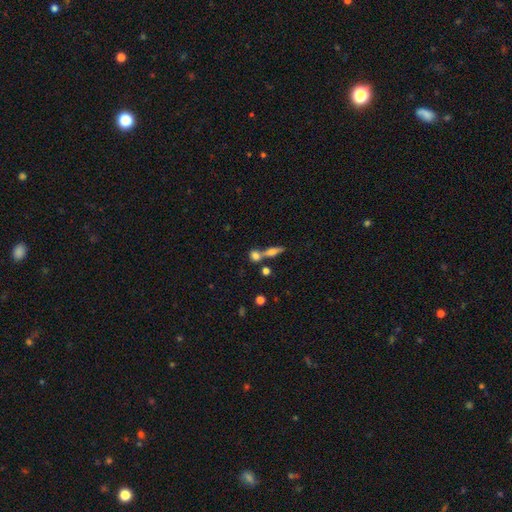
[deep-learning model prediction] Q: Smooth or featured?
A: smooth (67%); runner-up: featured or disk (21%)
Q: How rounded?
A: round (54%); runner-up: in between (30%)
Q: Merging?
A: none (51%); runner-up: merger (37%)